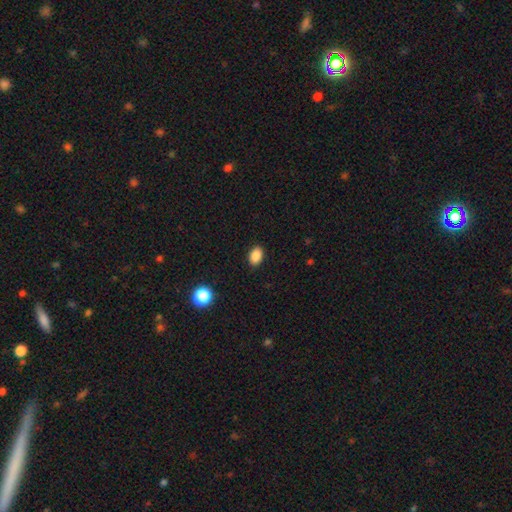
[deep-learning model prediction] smooth-or-featured: smooth: 88% | star or artifact: 9% | featured or disk: 3%
  how-rounded: in between: 85% | round: 14% | cigar-shaped: 1%
  merging: none: 89% | minor disturbance: 8% | major disturbance: 2% | merger: 1%